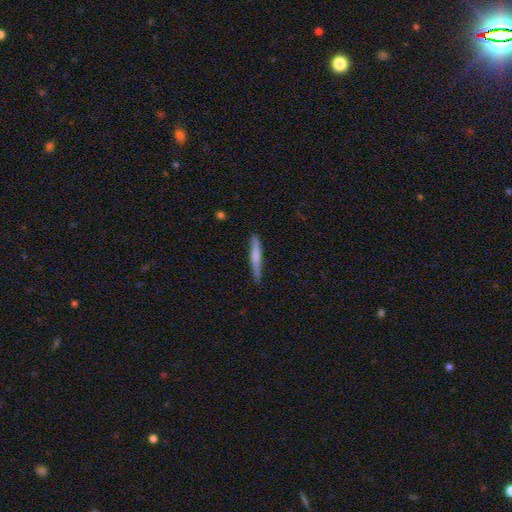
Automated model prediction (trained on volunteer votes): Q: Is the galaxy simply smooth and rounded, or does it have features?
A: smooth — 60%.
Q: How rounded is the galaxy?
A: cigar-shaped — 94%.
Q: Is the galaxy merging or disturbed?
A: none — 83%.